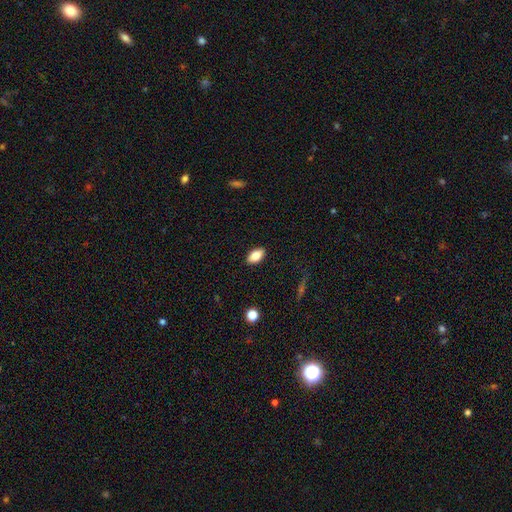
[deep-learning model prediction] Smooth or featured? Predicted: smooth (p=0.80). How rounded? Predicted: in between (p=0.91). Merging? Predicted: none (p=0.89).